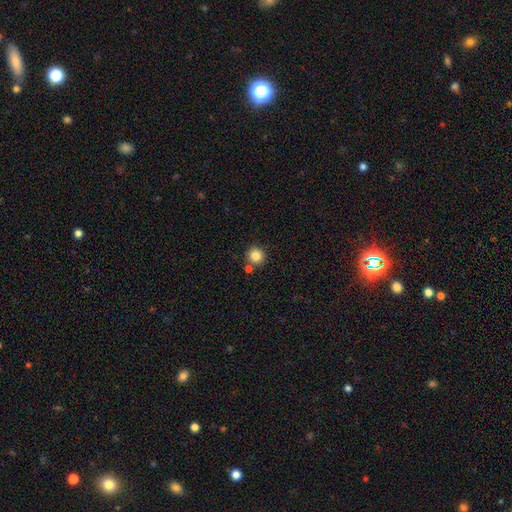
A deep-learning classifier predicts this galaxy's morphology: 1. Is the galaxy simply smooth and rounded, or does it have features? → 84% smooth, 11% star or artifact, 5% featured or disk.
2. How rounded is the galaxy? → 94% round, 5% in between, 1% cigar-shaped.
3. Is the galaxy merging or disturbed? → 79% none, 11% merger, 7% minor disturbance, 2% major disturbance.